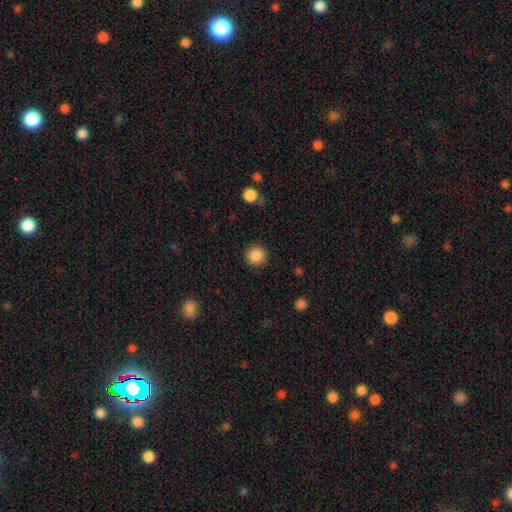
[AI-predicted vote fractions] This is clearly a smooth galaxy (87%). How rounded: clearly round (94%). Merging: clearly none (90%).